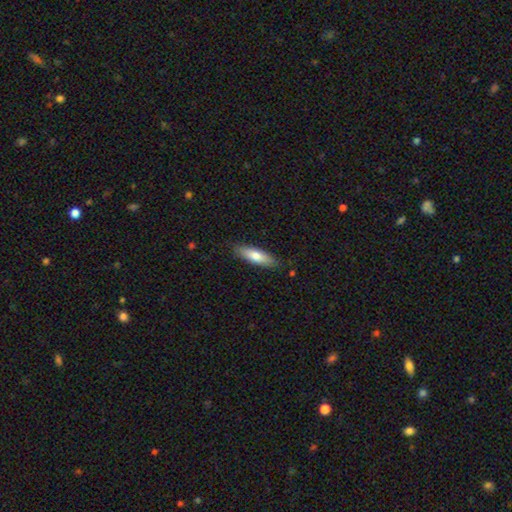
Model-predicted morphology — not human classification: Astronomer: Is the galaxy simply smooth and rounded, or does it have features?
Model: smooth — 72%.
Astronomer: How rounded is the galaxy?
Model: cigar-shaped — 55% (runner-up: in between, 43%).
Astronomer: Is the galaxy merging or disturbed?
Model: none — 86%.